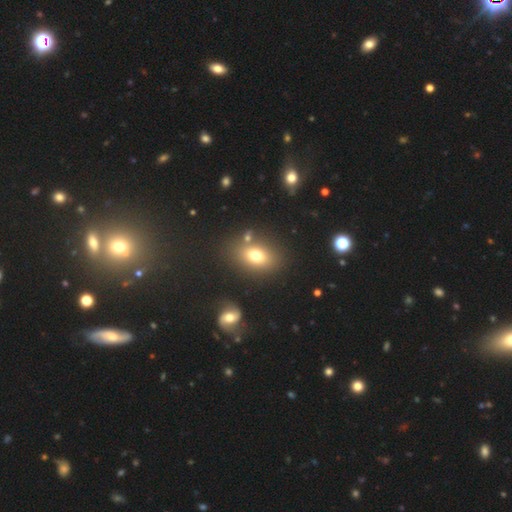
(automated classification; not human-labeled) smooth-or-featured: smooth: 73% | featured or disk: 14% | star or artifact: 13%
  how-rounded: in between: 71% | round: 27% | cigar-shaped: 2%
  merging: none: 74% | minor disturbance: 12% | merger: 9% | major disturbance: 5%